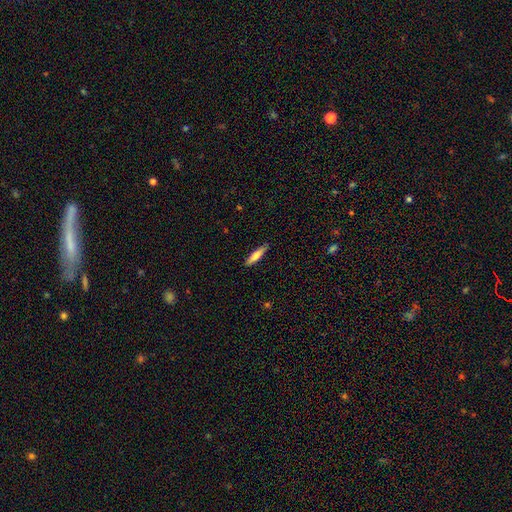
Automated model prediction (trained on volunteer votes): smooth_or_featured: smooth (p=0.72) [alt: featured or disk p=0.23]
how_rounded: cigar-shaped (p=0.78) [alt: in between p=0.21]
merging: none (p=0.88) [alt: minor disturbance p=0.09]